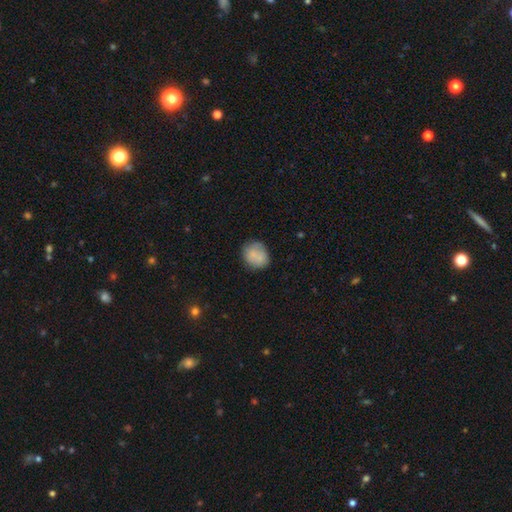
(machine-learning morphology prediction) Smooth or featured? Predicted: smooth (p=0.77). How rounded? Predicted: round (p=0.76). Merging? Predicted: none (p=0.67).